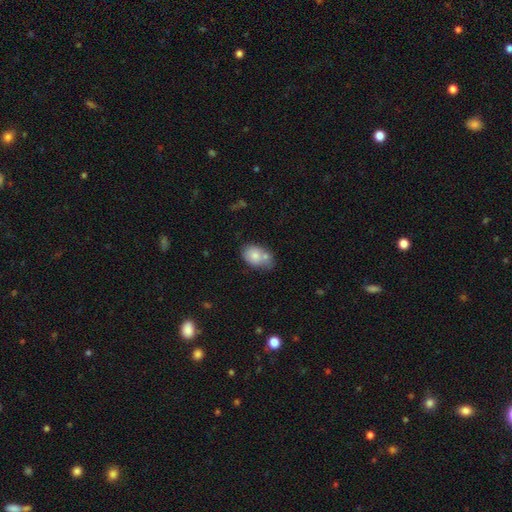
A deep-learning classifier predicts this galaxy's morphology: Overall: smooth (76%). How rounded: in between (77%). Merging: none (43%; merger 32%).